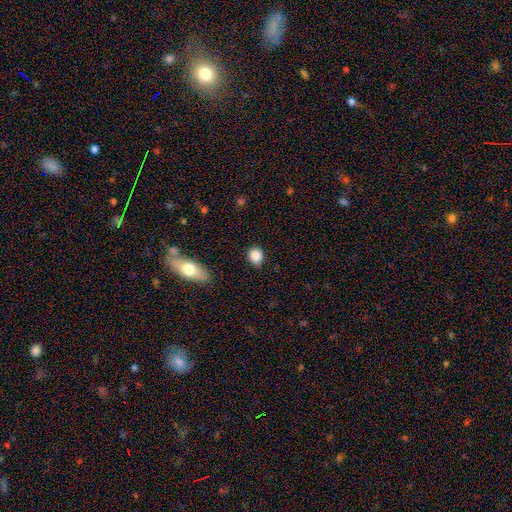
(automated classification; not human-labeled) smooth-or-featured: smooth: 87% | star or artifact: 9% | featured or disk: 4%
  how-rounded: round: 74% | in between: 25% | cigar-shaped: 1%
  merging: none: 81% | minor disturbance: 14% | major disturbance: 3% | merger: 2%